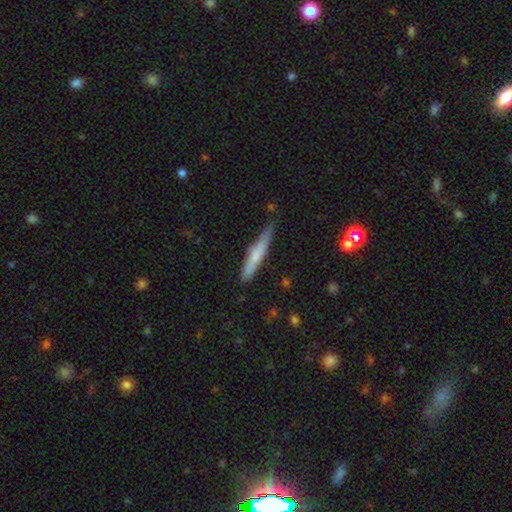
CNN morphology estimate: Q: Smooth or featured?
A: smooth (62%); runner-up: featured or disk (32%)
Q: How rounded?
A: cigar-shaped (93%); runner-up: in between (5%)
Q: Merging?
A: none (75%); runner-up: minor disturbance (20%)